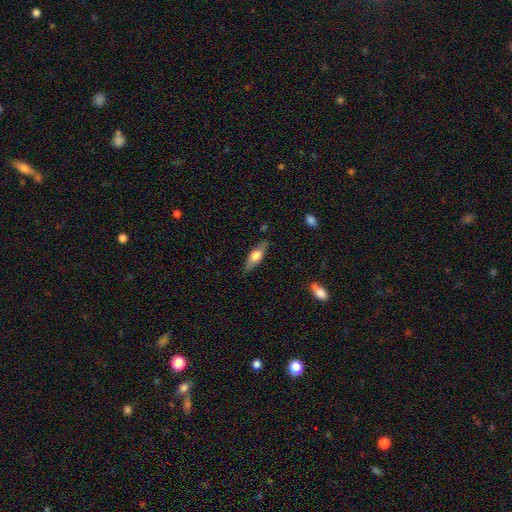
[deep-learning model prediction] Overall: smooth (51%; featured or disk 43%). How rounded: in between (52%; cigar-shaped 44%). Merging: none (82%).